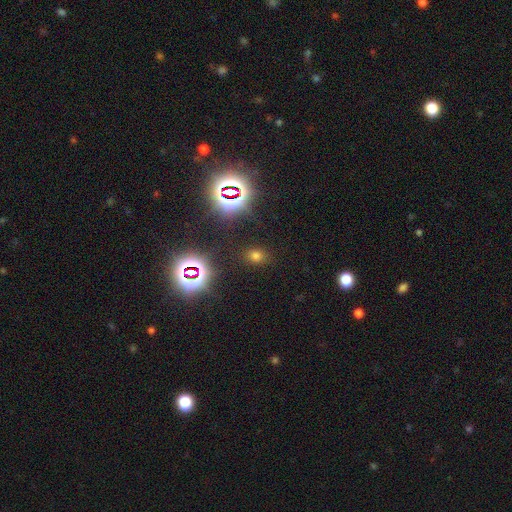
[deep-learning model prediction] Smooth or featured? Predicted: smooth (p=0.61). How rounded? Predicted: round (p=0.56). Merging? Predicted: none (p=0.85).